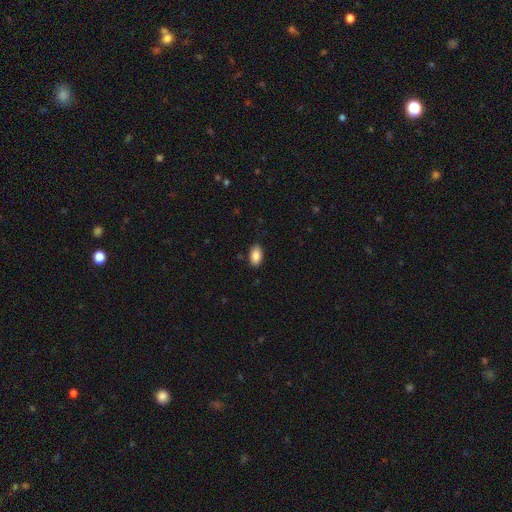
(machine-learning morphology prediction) A smooth galaxy with no disk features (88%) that is in between round and cigar-shaped (93%). Merging: none (86%).